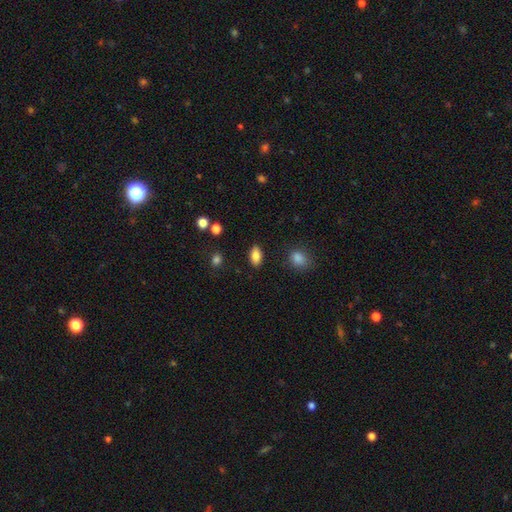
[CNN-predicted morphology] This appears to be a smooth galaxy with no disk features (83%) that is in between round and cigar-shaped (90%). Merging: none (86%).